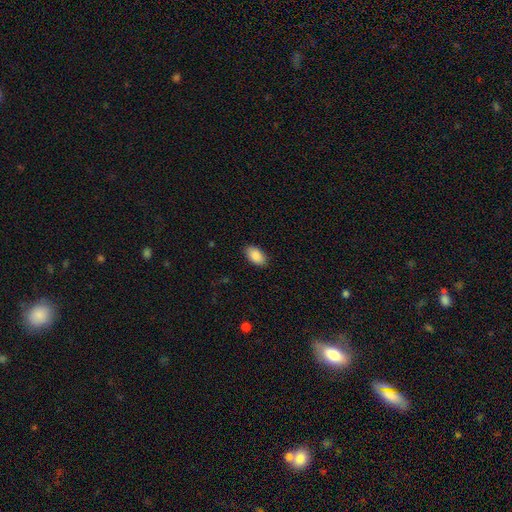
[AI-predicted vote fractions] A smooth galaxy with no disk features (89%) that is in between round and cigar-shaped (94%).

Vote fractions:
- Smooth or featured? smooth: 89% / star or artifact: 7% / featured or disk: 4%
- How rounded? in between: 94% / round: 4% / cigar-shaped: 2%
- Merging? none: 88% / minor disturbance: 9% / major disturbance: 2% / merger: 1%